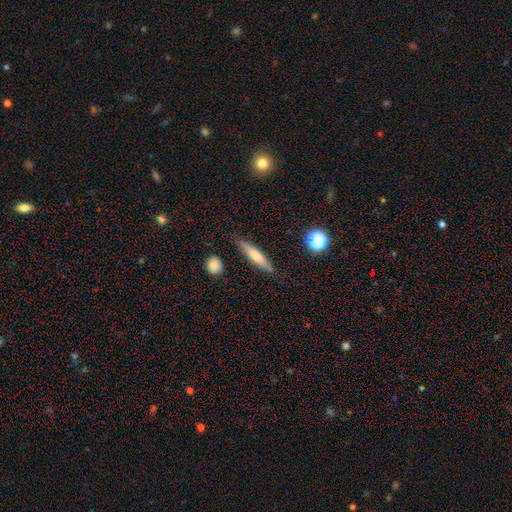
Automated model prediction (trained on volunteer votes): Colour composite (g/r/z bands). It shows a smooth galaxy with no disk features (56%) that is cigar-shaped (86%). Merging: none (85%).